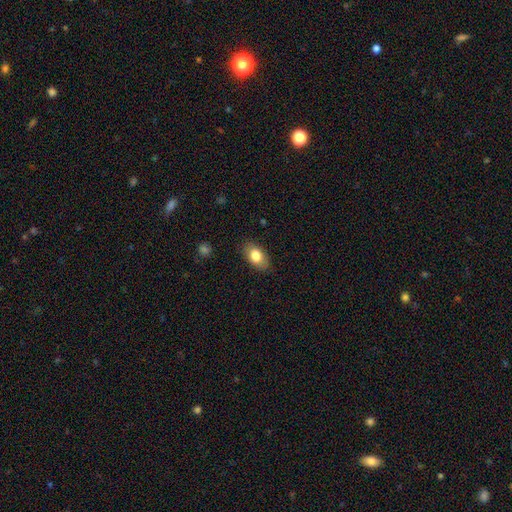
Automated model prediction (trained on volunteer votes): Overall: smooth (80%). How rounded: in between (91%). Merging: none (85%).